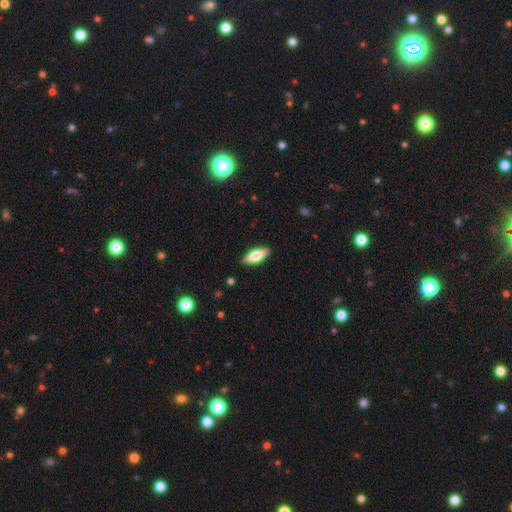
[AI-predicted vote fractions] Overall: smooth (70%). How rounded: in between (67%; cigar-shaped 31%). Merging: none (88%).